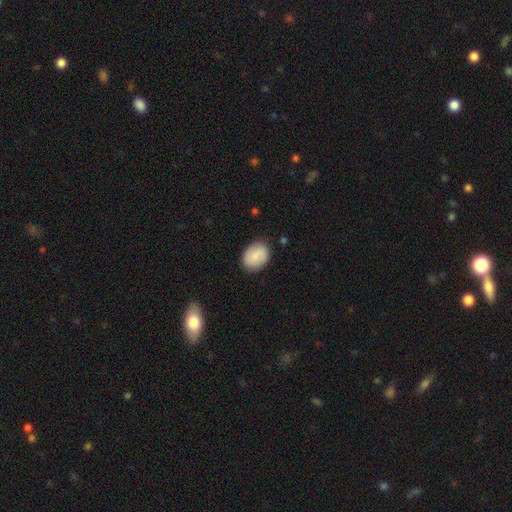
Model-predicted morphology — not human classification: This appears to be a smooth galaxy with no disk features (80%) that is in between round and cigar-shaped (61%). Merging: none (85%).